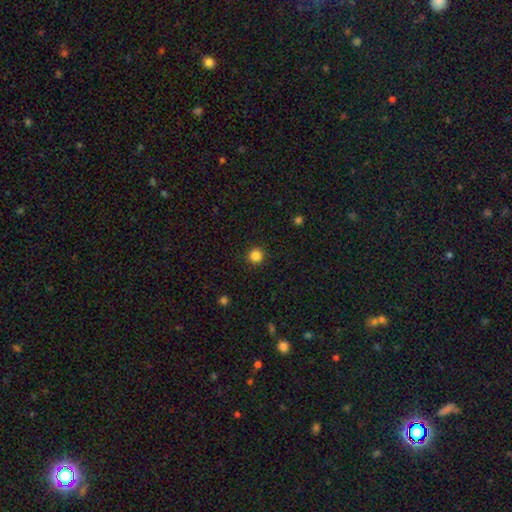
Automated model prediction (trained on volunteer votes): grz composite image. It shows a smooth galaxy with no disk features (85%) that is round (96%). Merging: none (93%).